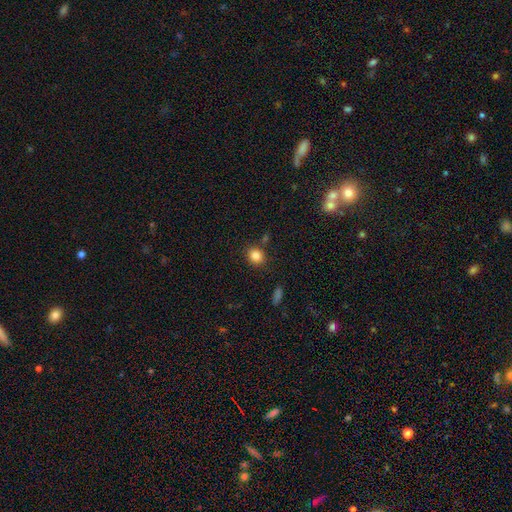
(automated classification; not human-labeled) A smooth galaxy with no disk features (85%) that is round (69%). Merging: none (82%).